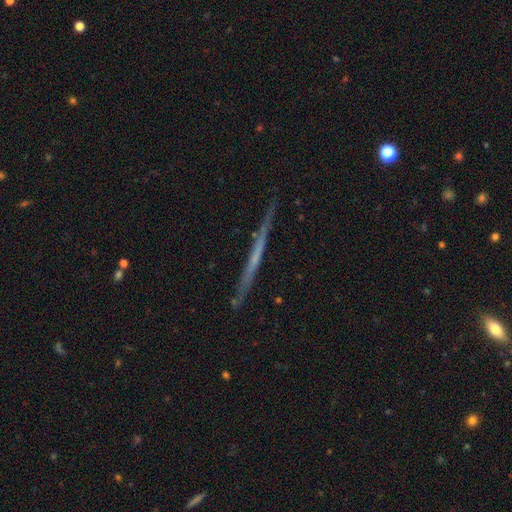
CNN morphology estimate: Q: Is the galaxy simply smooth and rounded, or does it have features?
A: featured or disk — 62%.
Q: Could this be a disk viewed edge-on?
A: yes — 97%.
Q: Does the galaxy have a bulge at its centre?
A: none — 89%.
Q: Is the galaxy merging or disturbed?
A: none — 88%.